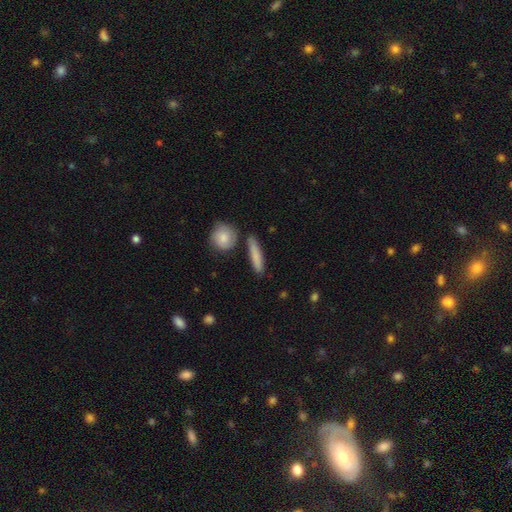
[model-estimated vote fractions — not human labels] A smooth galaxy with no disk features (78%) that is cigar-shaped (80%). Merging: none (80%).